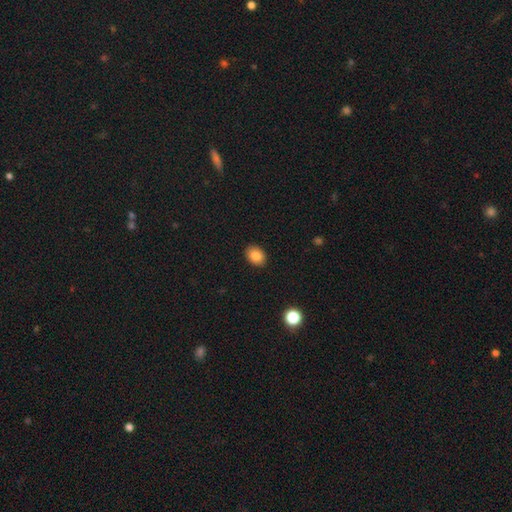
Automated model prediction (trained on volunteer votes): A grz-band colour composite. It shows a smooth galaxy with no disk features (85%) that is in between round and cigar-shaped (71%). Merging: none (90%).